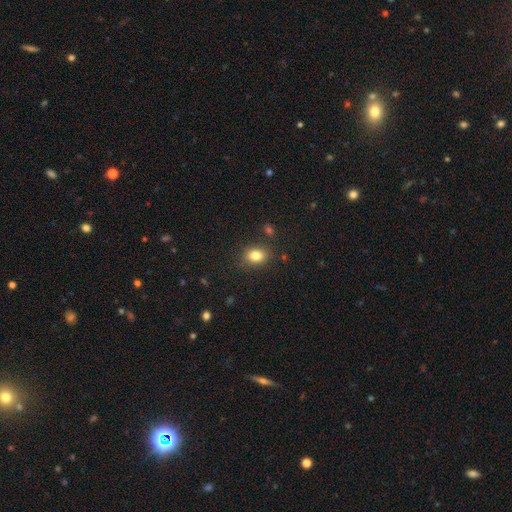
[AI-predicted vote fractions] smooth-or-featured: smooth: 83% | star or artifact: 10% | featured or disk: 7%
  how-rounded: in between: 68% | round: 30% | cigar-shaped: 1%
  merging: none: 83% | minor disturbance: 11% | major disturbance: 3% | merger: 3%